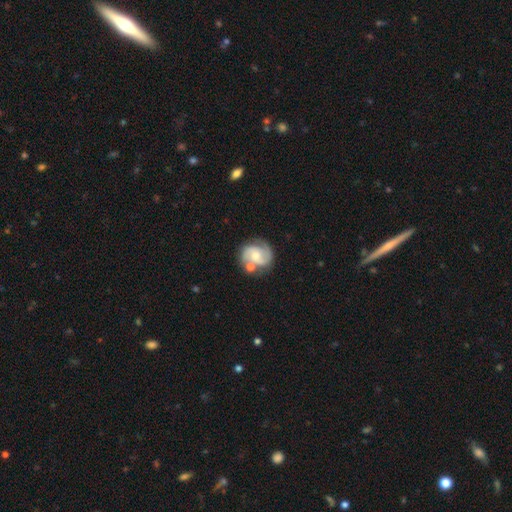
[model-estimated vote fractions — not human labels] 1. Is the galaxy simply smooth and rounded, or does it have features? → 77% featured or disk, 17% smooth, 6% star or artifact.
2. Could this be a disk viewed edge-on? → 98% no, 2% yes.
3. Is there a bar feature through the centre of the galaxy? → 57% no, 35% weak, 8% strong.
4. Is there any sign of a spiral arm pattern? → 94% yes, 6% no.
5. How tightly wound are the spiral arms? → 52% medium, 30% tight, 18% loose.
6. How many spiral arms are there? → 86% 2, 6% can't tell, 3% 3, 3% 1, 1% 4, 1% more than 4.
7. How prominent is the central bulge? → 52% moderate, 40% small, 4% large, 3% none, 1% dominant.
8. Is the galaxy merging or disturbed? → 62% none, 16% merger, 16% minor disturbance, 6% major disturbance.